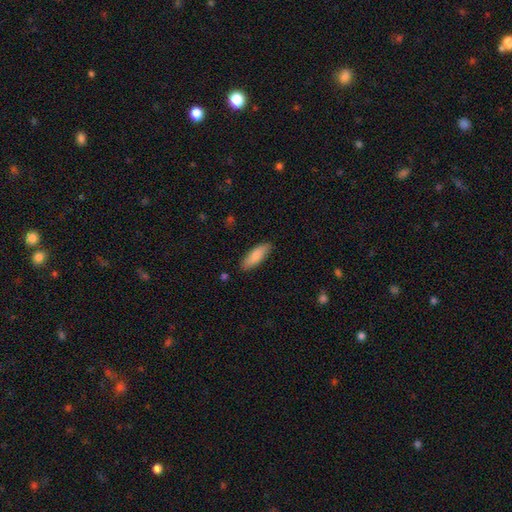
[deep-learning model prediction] Smooth or featured? smooth (80%)
How rounded? in between (60%)
Merging? none (85%)